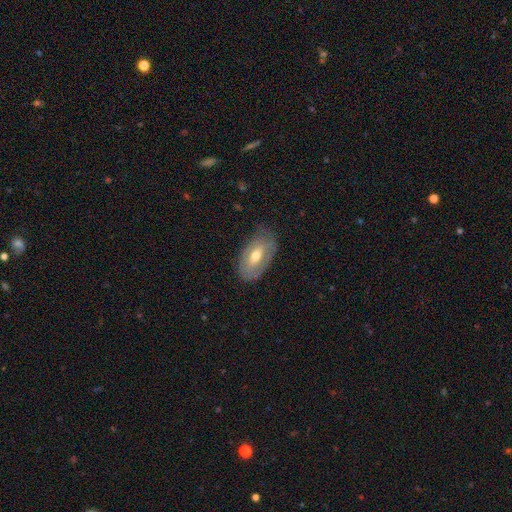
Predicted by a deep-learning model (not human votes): Smooth or featured: featured or disk — 48% (smooth — 45%)
Merging: none — 72% (minor disturbance — 21%)